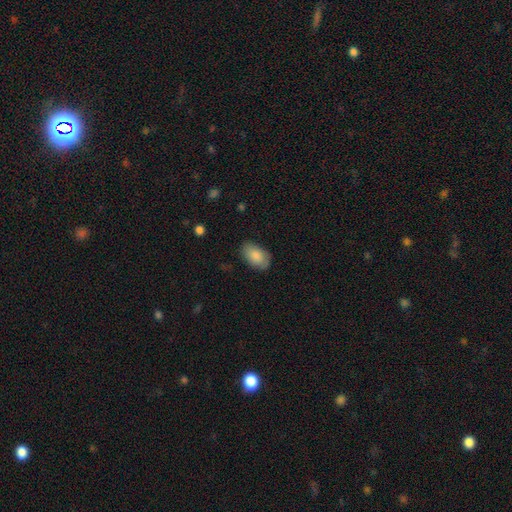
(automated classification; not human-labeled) Overall: smooth (86%). How rounded: in between (93%). Merging: none (82%).